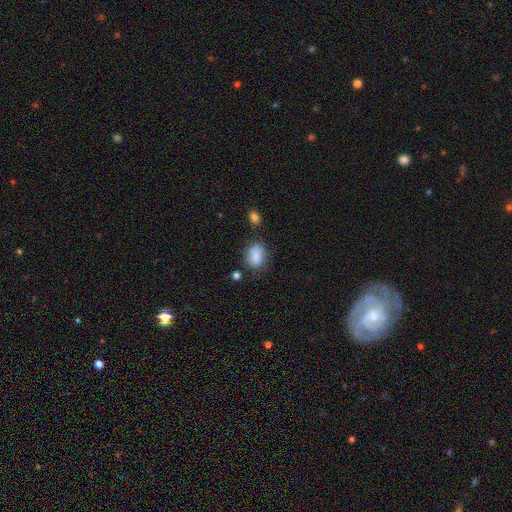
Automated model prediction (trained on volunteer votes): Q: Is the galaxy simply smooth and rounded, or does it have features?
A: smooth — 85%.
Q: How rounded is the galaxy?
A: in between — 77%.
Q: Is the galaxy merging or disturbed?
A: none — 67%.